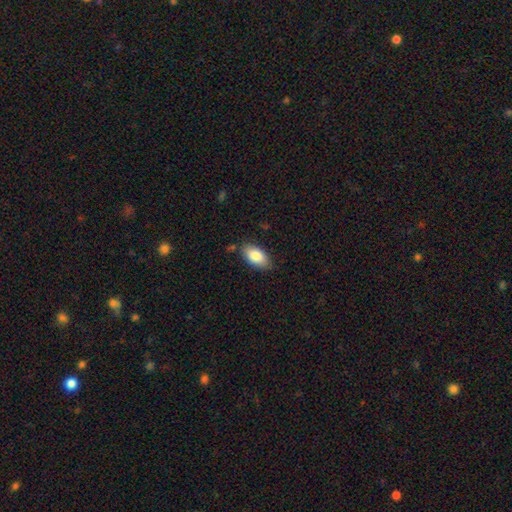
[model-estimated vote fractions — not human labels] Smooth or featured?
  - smooth: 84% *
  - featured or disk: 9%
  - star or artifact: 7%
How rounded?
  - in between: 93% *
  - cigar-shaped: 4%
  - round: 3%
Merging?
  - none: 81% *
  - minor disturbance: 15%
  - major disturbance: 3%
  - merger: 2%